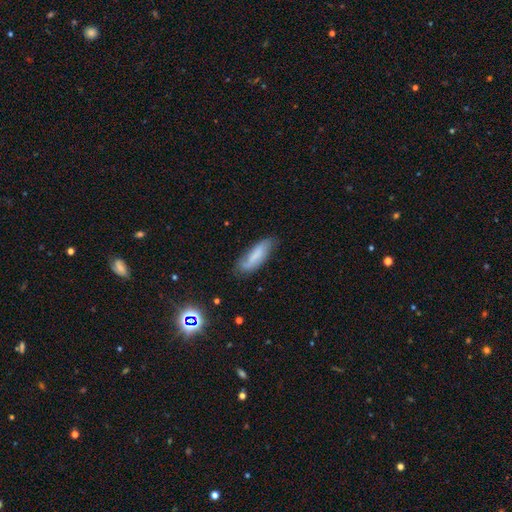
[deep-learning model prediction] Smooth or featured: smooth — 69% (featured or disk — 23%)
How rounded: in between — 50% (cigar-shaped — 48%)
Merging: none — 67% (minor disturbance — 25%)